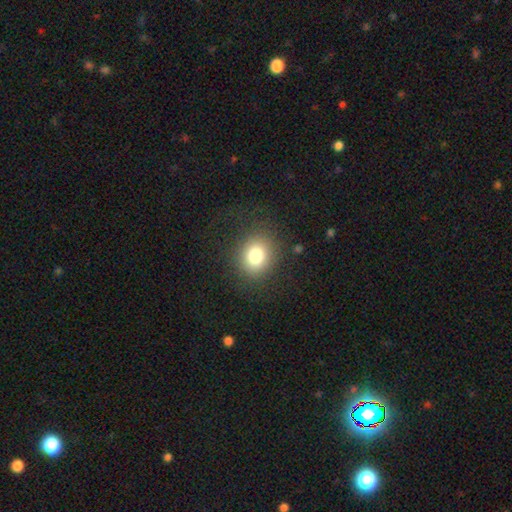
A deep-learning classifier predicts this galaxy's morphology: This is likely a smooth galaxy (79%). How rounded: likely round (75%). Merging: clearly none (86%).